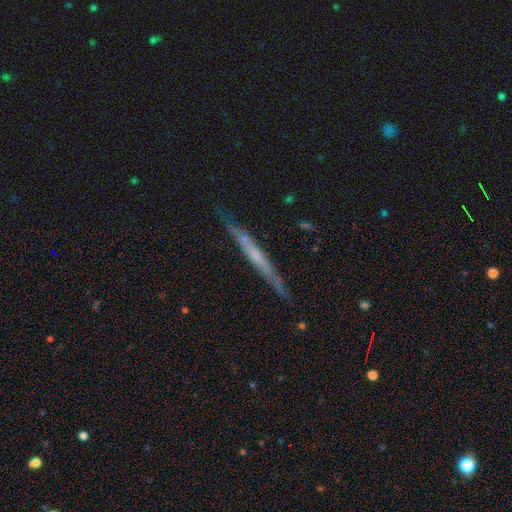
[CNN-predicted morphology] Smooth or featured? featured or disk (59%)
Edge-on disk? yes (95%)
Edge-on bulge? none (77%)
Merging? none (83%)